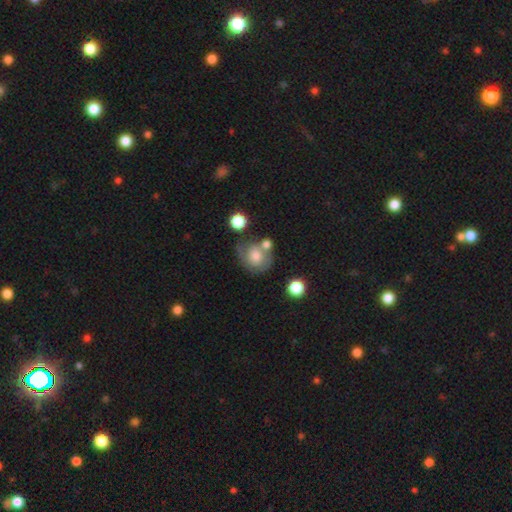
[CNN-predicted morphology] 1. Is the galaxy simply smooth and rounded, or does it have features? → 59% smooth, 31% featured or disk, 9% star or artifact.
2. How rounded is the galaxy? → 72% round, 27% in between, 1% cigar-shaped.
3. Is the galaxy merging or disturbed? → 42% none, 22% merger, 22% minor disturbance, 13% major disturbance.